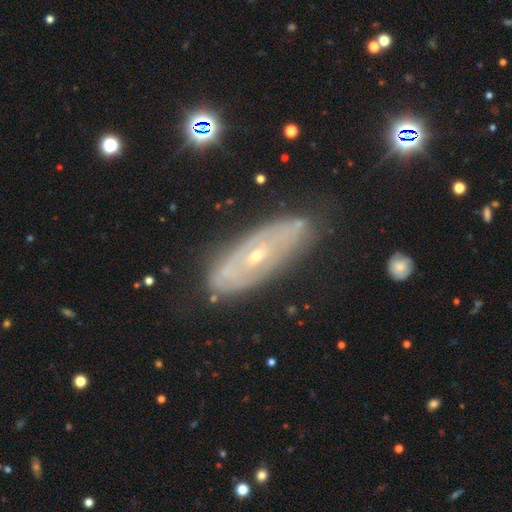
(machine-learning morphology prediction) Q: Smooth or featured?
A: featured or disk (75%); runner-up: smooth (18%)
Q: Edge-on disk?
A: no (80%); runner-up: yes (20%)
Q: Bar?
A: no (73%); runner-up: weak (19%)
Q: Spiral arms?
A: yes (63%); runner-up: no (37%)
Q: Bulge size?
A: small (70%); runner-up: moderate (28%)
Q: Merging?
A: none (76%); runner-up: minor disturbance (17%)